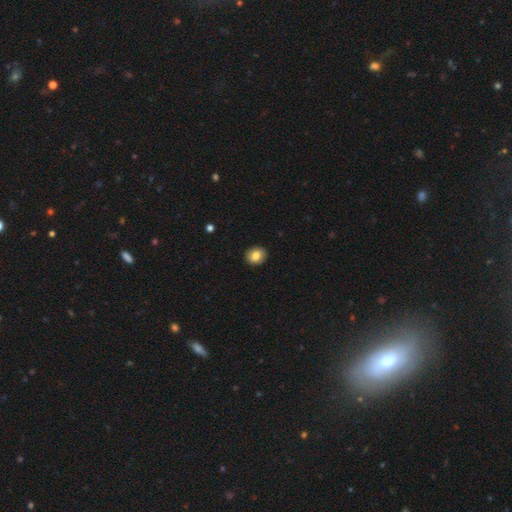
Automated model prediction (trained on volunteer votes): The model was most divided on "how rounded": round: 64%, in between: 35%, cigar-shaped: 1%. More confident: merging — none (91%); smooth or featured — smooth (83%).